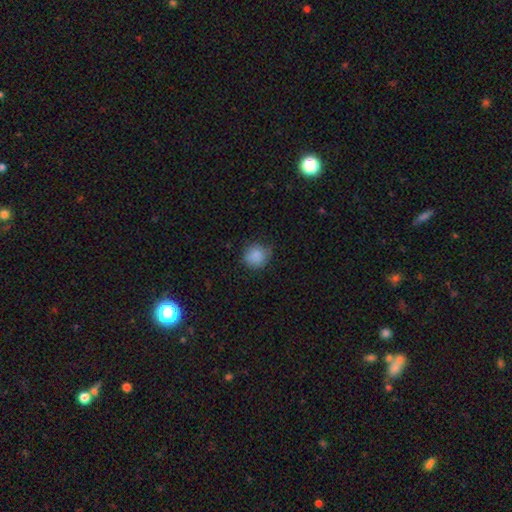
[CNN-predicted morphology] A smooth galaxy with no disk features (86%) that is round (89%).

Vote fractions:
- Smooth or featured? smooth: 86% / star or artifact: 9% / featured or disk: 5%
- How rounded? round: 89% / in between: 10% / cigar-shaped: 1%
- Merging? none: 74% / minor disturbance: 20% / major disturbance: 4% / merger: 2%